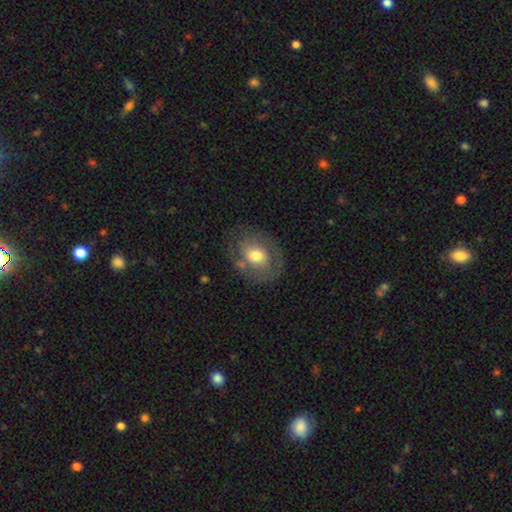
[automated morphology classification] A featured or disk galaxy (48%). Merging: none (65%).